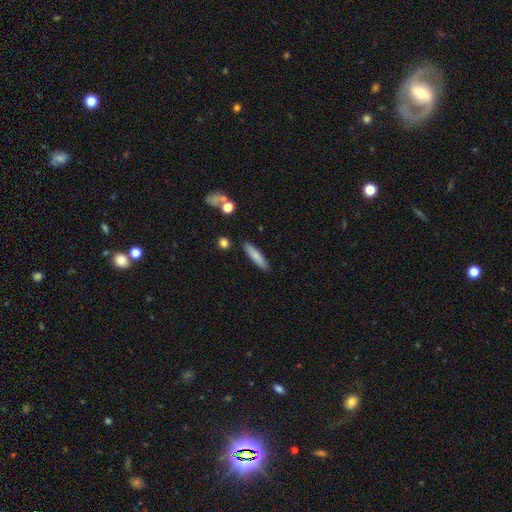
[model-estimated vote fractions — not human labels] A smooth galaxy with no disk features (76%) that is cigar-shaped (79%). Merging: none (87%).